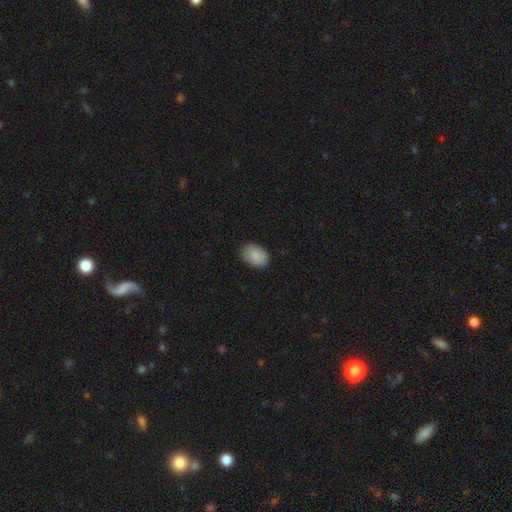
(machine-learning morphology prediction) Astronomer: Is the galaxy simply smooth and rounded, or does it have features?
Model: smooth — 89%.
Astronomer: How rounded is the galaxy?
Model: in between — 82%.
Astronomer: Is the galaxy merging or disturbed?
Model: none — 86%.